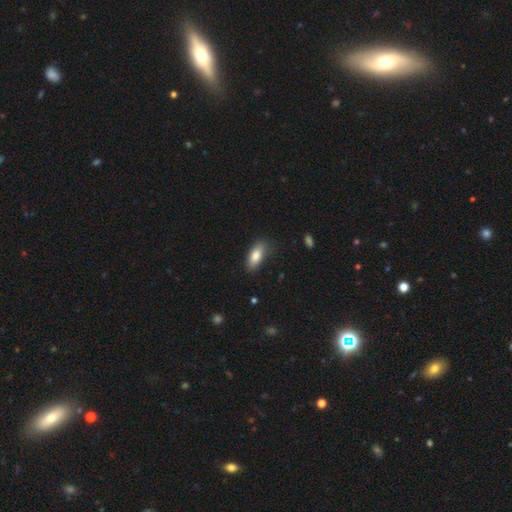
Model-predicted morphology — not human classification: This appears to be a smooth galaxy with no disk features (83%) that is in between round and cigar-shaped (80%). Merging: none (78%).